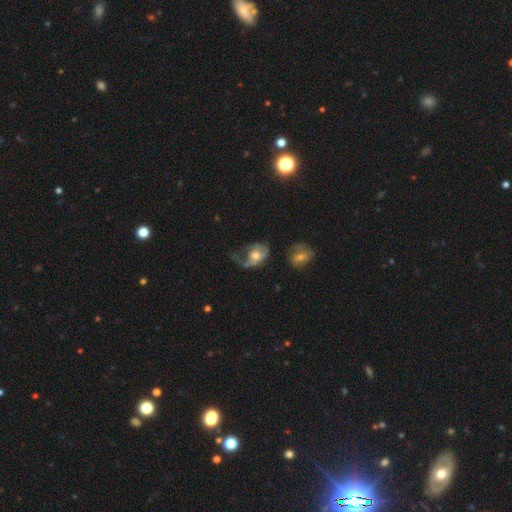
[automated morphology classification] Smooth or featured? smooth (47%)
Merging? major disturbance (53%)